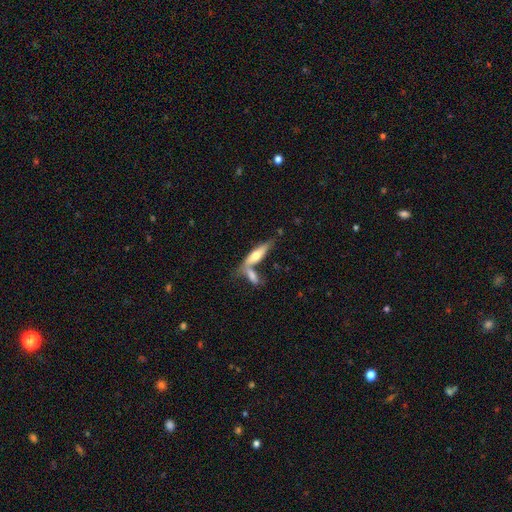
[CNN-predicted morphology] Smooth or featured: smooth — 54% (featured or disk — 40%)
How rounded: cigar-shaped — 59% (in between — 38%)
Merging: merger — 42% (none — 41%)